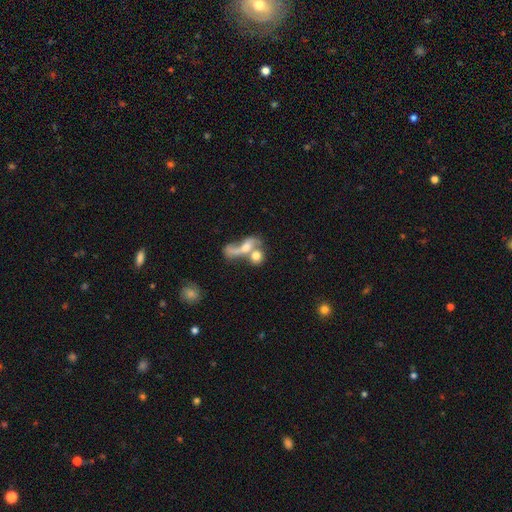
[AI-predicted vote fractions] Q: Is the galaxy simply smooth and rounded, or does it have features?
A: smooth — 55%.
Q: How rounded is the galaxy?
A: round — 56%.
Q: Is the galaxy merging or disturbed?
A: merger — 60%.